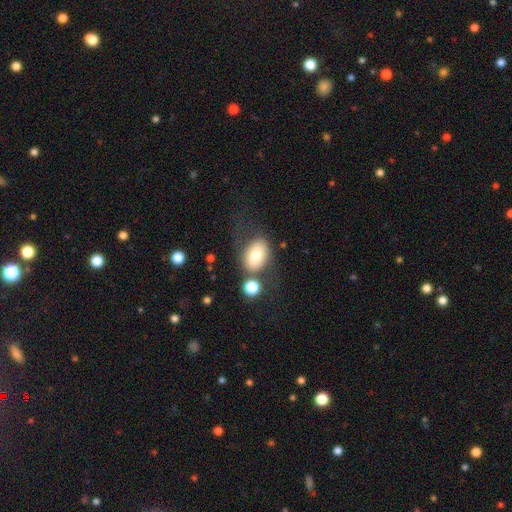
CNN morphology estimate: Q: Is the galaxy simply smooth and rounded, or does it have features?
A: smooth — 74%.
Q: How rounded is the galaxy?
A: in between — 77%.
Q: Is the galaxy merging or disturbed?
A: none — 59%.